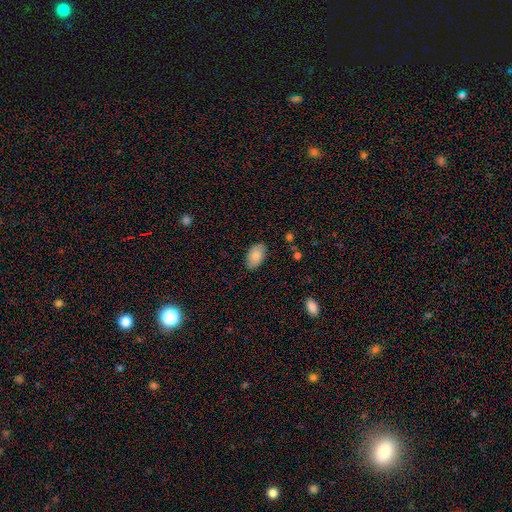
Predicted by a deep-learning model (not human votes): Smooth or featured: smooth — 86% (featured or disk — 8%)
How rounded: in between — 93% (round — 5%)
Merging: none — 84% (minor disturbance — 13%)